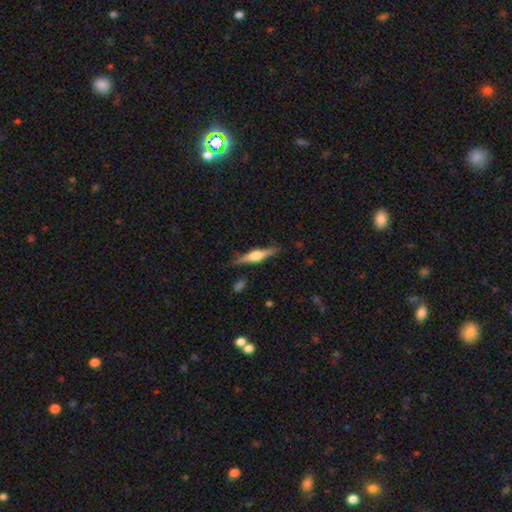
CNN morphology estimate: Q: Smooth or featured?
A: featured or disk (68%); runner-up: smooth (27%)
Q: Edge-on disk?
A: yes (97%); runner-up: no (3%)
Q: Edge-on bulge?
A: rounded (85%); runner-up: boxy (12%)
Q: Merging?
A: none (86%); runner-up: minor disturbance (10%)